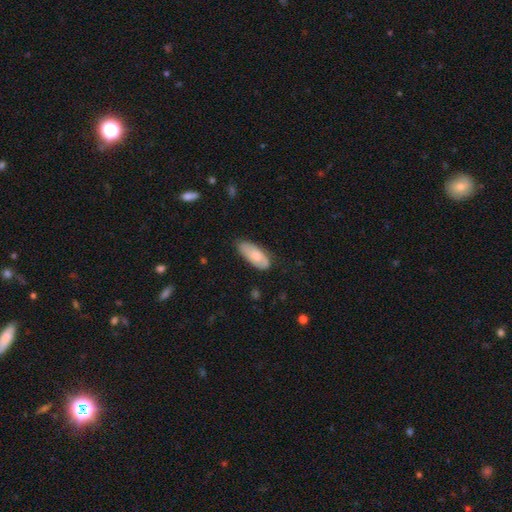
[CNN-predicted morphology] smooth 72%, featured or disk 23%, star or artifact 6%. Down the decision tree: how rounded — in between (85%); merging — none (69%).